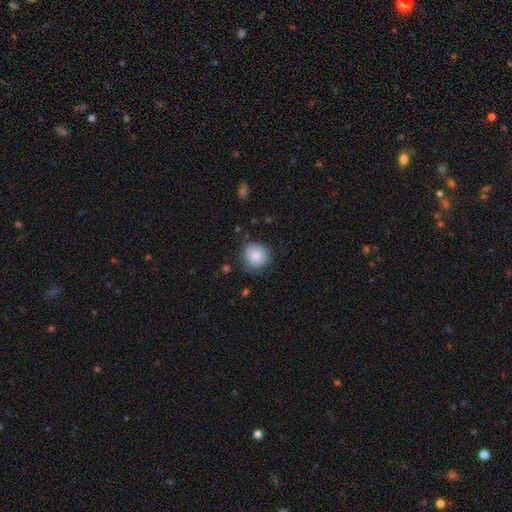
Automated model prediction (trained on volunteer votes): A smooth galaxy with no disk features (85%) that is round (91%). Merging: none (79%).